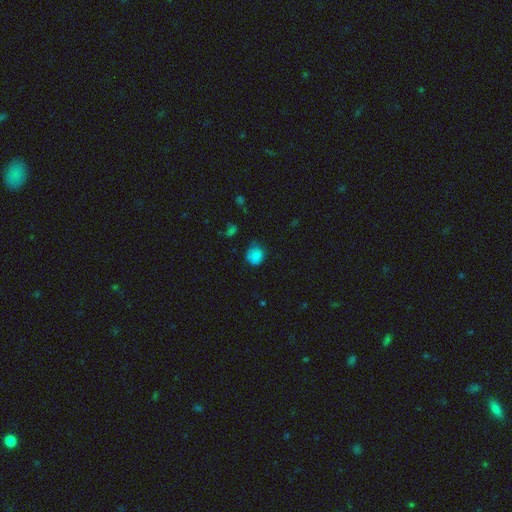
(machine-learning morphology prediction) This is clearly a smooth galaxy (80%). How rounded: likely round (75%). Merging: possibly none (58%).